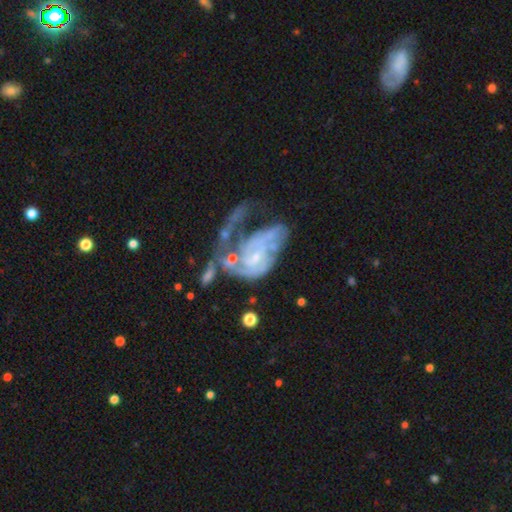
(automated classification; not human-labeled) This appears to be a featured or disk galaxy (81%) with no bar (60%), tight (43%) spiral arms (85%) and a small central bulge (69%). Merging: major disturbance (44%).